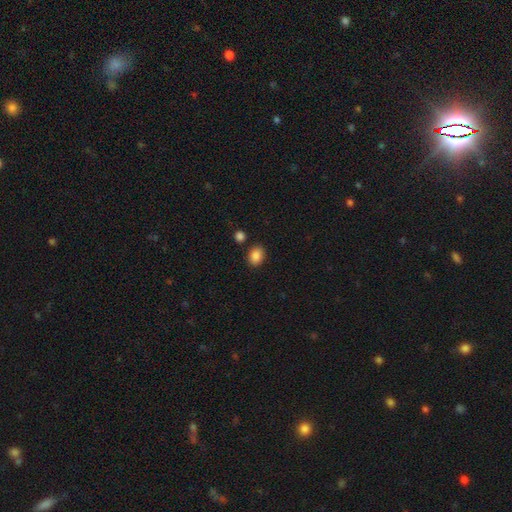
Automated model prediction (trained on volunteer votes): This is clearly a smooth galaxy (87%). How rounded: likely in between (62%). Merging: clearly none (83%).